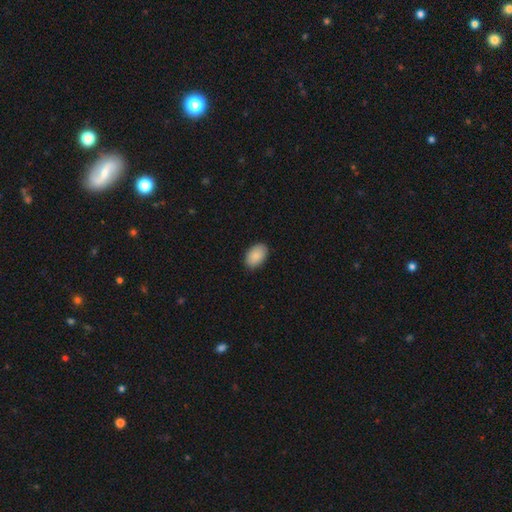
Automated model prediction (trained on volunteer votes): Smooth or featured? Predicted: smooth (p=0.90). How rounded? Predicted: in between (p=0.91). Merging? Predicted: none (p=0.89).